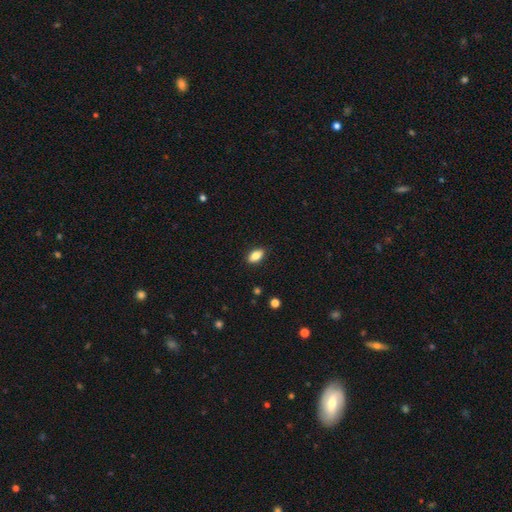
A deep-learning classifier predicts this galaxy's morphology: This is clearly a smooth galaxy (84%). How rounded: clearly in between (89%). Merging: clearly none (89%).